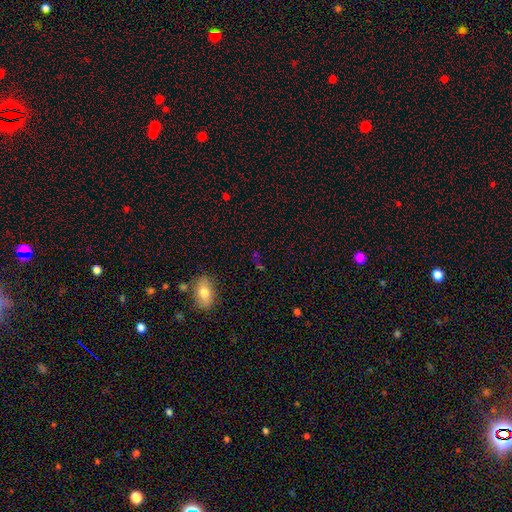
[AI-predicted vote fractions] star or artifact 45%, smooth 43%, featured or disk 11%.